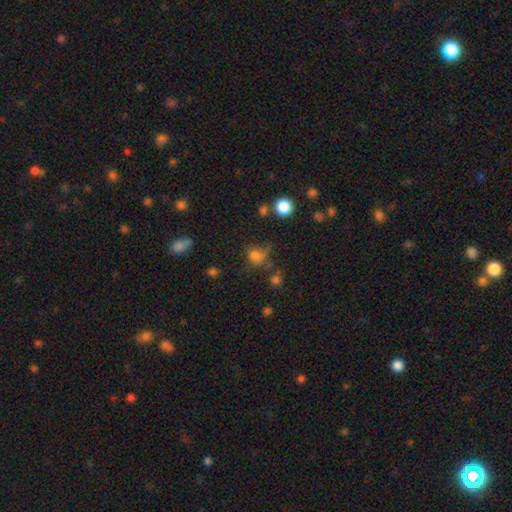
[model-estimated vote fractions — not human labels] Smooth or featured?
  - smooth: 70% *
  - star or artifact: 19%
  - featured or disk: 11%
How rounded?
  - round: 69% *
  - in between: 29%
  - cigar-shaped: 2%
Merging?
  - none: 42% *
  - major disturbance: 25%
  - minor disturbance: 22%
  - merger: 11%